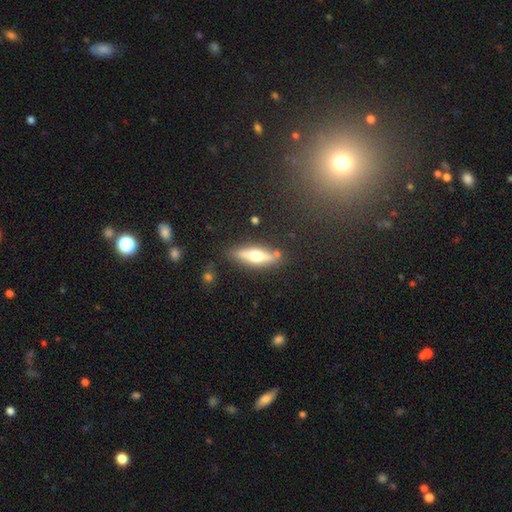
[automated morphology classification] A featured or disk galaxy (54%) viewed edge-on (91%). Merging: none (82%).